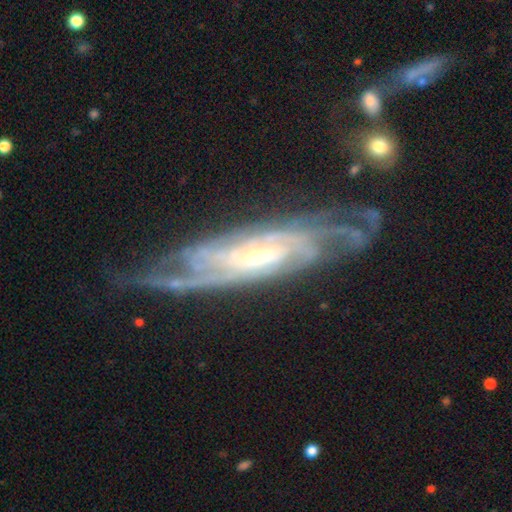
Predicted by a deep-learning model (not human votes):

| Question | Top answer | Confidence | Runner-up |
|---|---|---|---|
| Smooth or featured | featured or disk | 89% | smooth (6%) |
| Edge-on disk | no | 82% | yes (18%) |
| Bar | no | 44% | weak (37%) |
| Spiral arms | yes | 97% | no (3%) |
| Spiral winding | tight | 65% | medium (29%) |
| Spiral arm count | can't tell | 33% | 4 (18%) |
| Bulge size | small | 60% | moderate (32%) |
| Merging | none | 68% | minor disturbance (20%) |